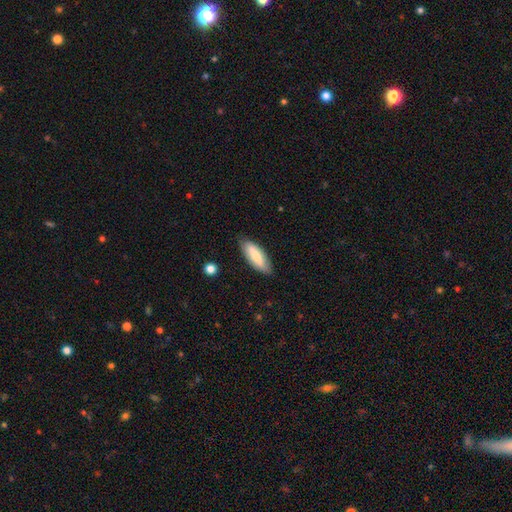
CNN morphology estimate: The model was most divided on "how rounded": in between: 68%, cigar-shaped: 30%, round: 2%. More confident: merging — none (82%); smooth or featured — smooth (67%).